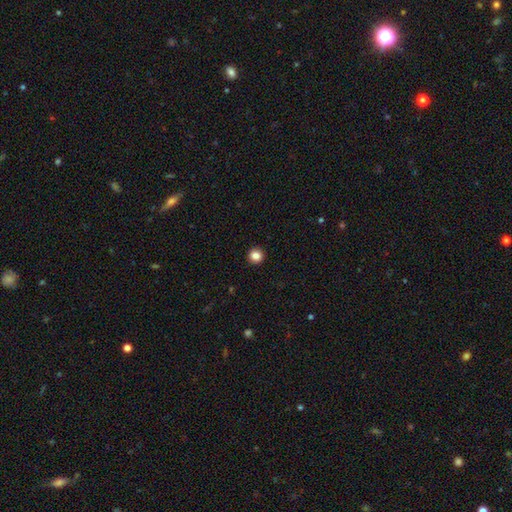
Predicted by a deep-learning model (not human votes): Smooth or featured? Predicted: smooth (p=0.84). How rounded? Predicted: round (p=0.95). Merging? Predicted: none (p=0.94).